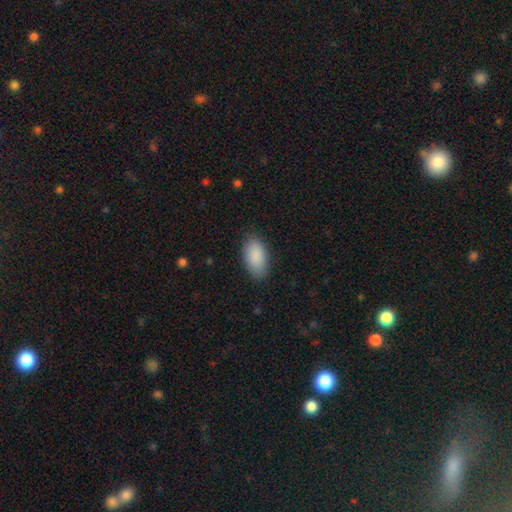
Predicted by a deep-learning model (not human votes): Q: Smooth or featured?
A: smooth (90%); runner-up: star or artifact (6%)
Q: How rounded?
A: in between (95%); runner-up: round (3%)
Q: Merging?
A: none (85%); runner-up: minor disturbance (11%)